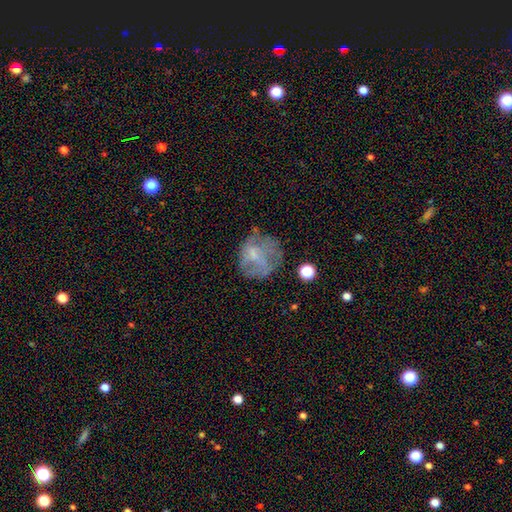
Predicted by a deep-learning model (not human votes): Smooth or featured?
  - featured or disk: 45% *
  - smooth: 42%
  - star or artifact: 13%
Merging?
  - none: 53% *
  - minor disturbance: 22%
  - major disturbance: 22%
  - merger: 3%